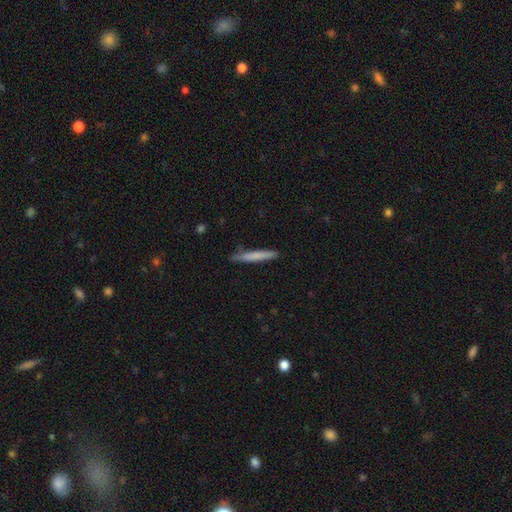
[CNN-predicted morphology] A smooth galaxy with no disk features (71%) that is cigar-shaped (96%). Merging: none (86%).